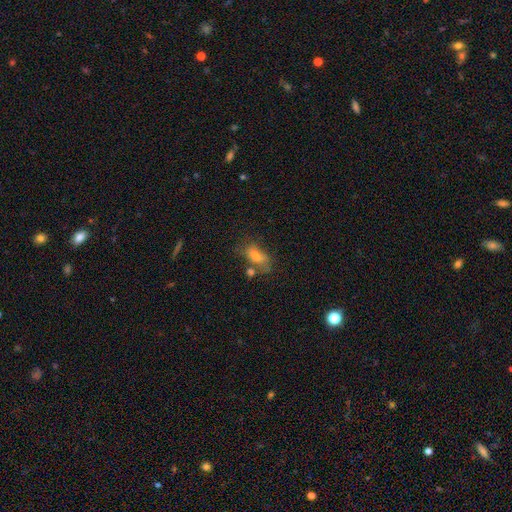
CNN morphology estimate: A smooth galaxy with no disk features (64%) that is in between round and cigar-shaped (81%).

Vote fractions:
- Smooth or featured? smooth: 64% / featured or disk: 21% / star or artifact: 14%
- How rounded? in between: 81% / cigar-shaped: 10% / round: 9%
- Merging? none: 49% / minor disturbance: 23% / merger: 15% / major disturbance: 14%